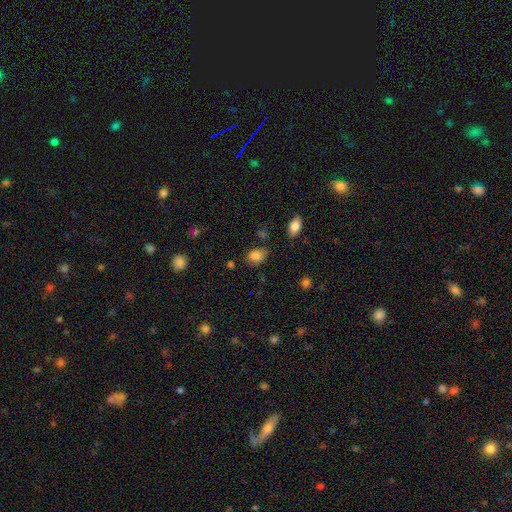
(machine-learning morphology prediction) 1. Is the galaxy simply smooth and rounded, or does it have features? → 83% smooth, 11% star or artifact, 6% featured or disk.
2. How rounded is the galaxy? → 74% in between, 25% round, 1% cigar-shaped.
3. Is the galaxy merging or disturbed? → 66% none, 24% minor disturbance, 6% major disturbance, 4% merger.